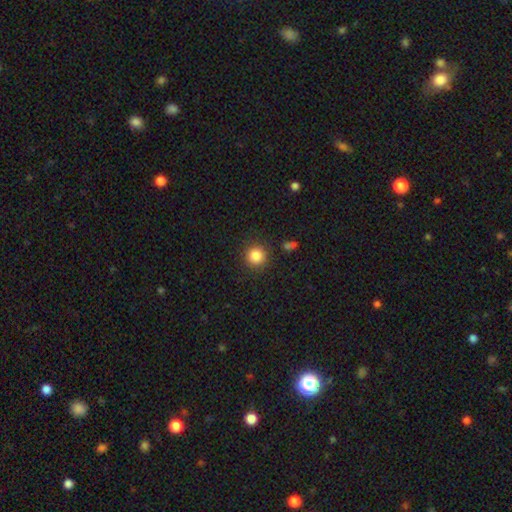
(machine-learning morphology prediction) A smooth galaxy with no disk features (85%) that is round (94%).

Vote fractions:
- Smooth or featured? smooth: 85% / star or artifact: 11% / featured or disk: 5%
- How rounded? round: 94% / in between: 5% / cigar-shaped: 1%
- Merging? none: 88% / minor disturbance: 7% / major disturbance: 3% / merger: 2%